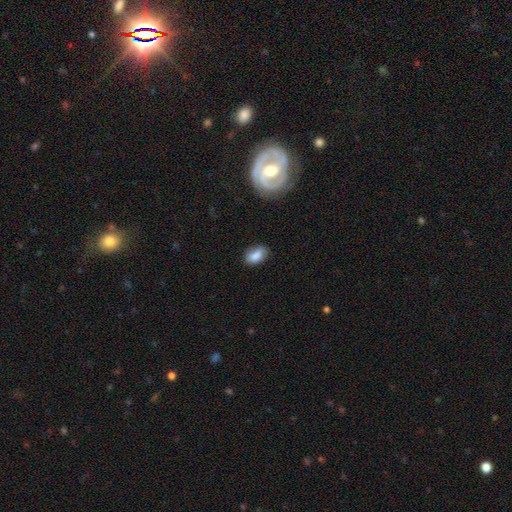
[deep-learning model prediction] Smooth or featured? Predicted: smooth (p=0.82). How rounded? Predicted: in between (p=0.89). Merging? Predicted: none (p=0.70).